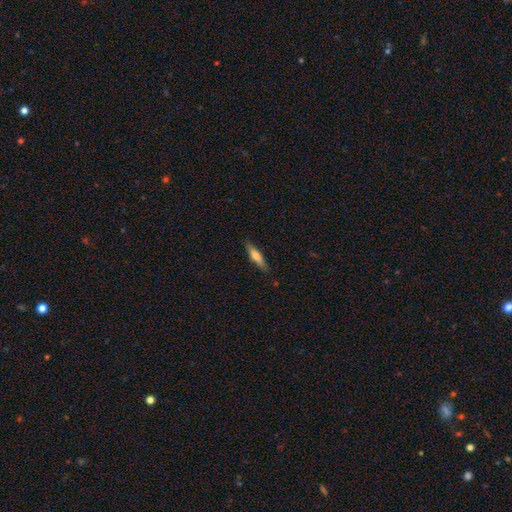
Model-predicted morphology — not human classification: A smooth galaxy with no disk features (62%) that is cigar-shaped (78%). Merging: none (85%).